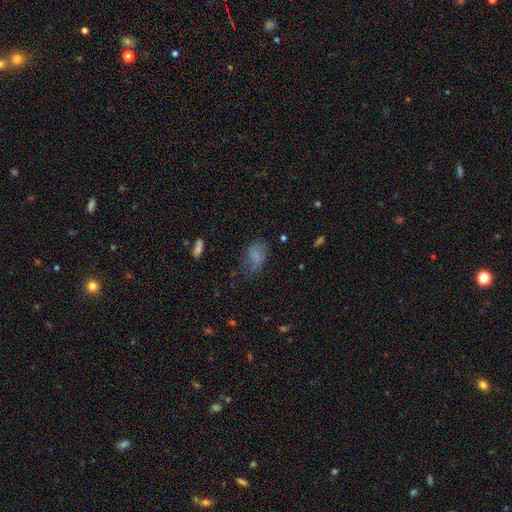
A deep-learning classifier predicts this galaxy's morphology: This appears to be a smooth galaxy with no disk features (68%) that is in between round and cigar-shaped (82%). Merging: none (45%).